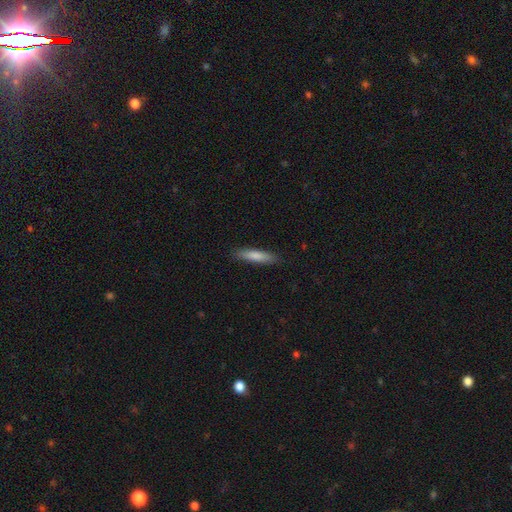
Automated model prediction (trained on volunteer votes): Smooth or featured?
  - smooth: 83% *
  - featured or disk: 12%
  - star or artifact: 6%
How rounded?
  - cigar-shaped: 80% *
  - in between: 18%
  - round: 1%
Merging?
  - none: 88% *
  - minor disturbance: 9%
  - major disturbance: 2%
  - merger: 1%